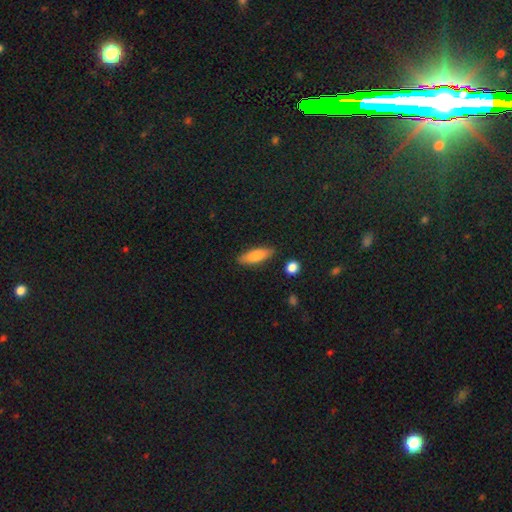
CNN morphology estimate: The model was most divided on "how rounded": in between: 55%, cigar-shaped: 43%, round: 2%. More confident: merging — none (85%); smooth or featured — smooth (80%).